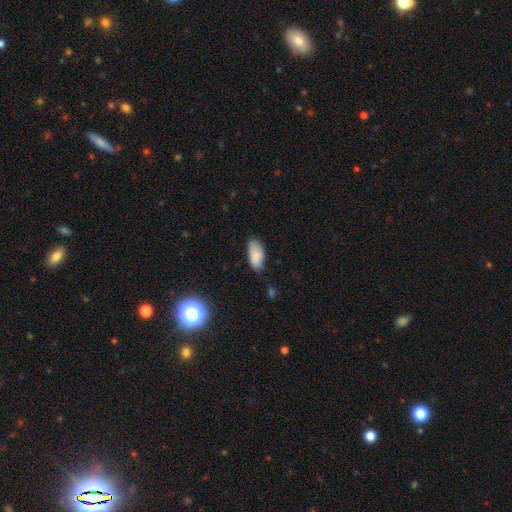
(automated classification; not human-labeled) A smooth galaxy with no disk features (86%) that is in between round and cigar-shaped (92%).

Vote fractions:
- Smooth or featured? smooth: 86% / star or artifact: 8% / featured or disk: 7%
- How rounded? in between: 92% / cigar-shaped: 6% / round: 3%
- Merging? none: 67% / minor disturbance: 27% / major disturbance: 5% / merger: 2%